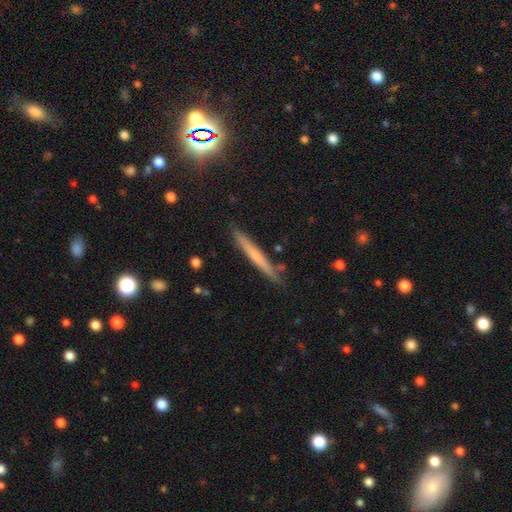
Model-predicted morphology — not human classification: Overall: smooth (52%; featured or disk 40%). How rounded: cigar-shaped (96%). Merging: none (87%).